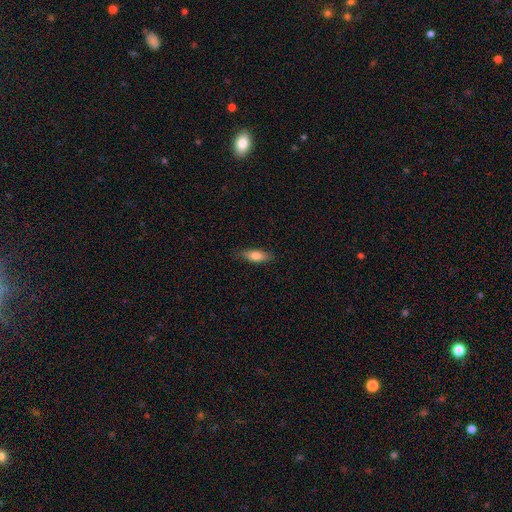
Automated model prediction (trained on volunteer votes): Overall: smooth (74%). How rounded: in between (57%; cigar-shaped 40%). Merging: none (82%).